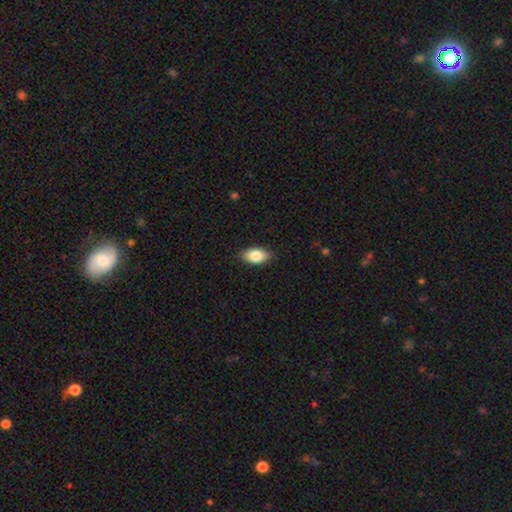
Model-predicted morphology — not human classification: This appears to be a smooth galaxy with no disk features (86%) that is in between round and cigar-shaped (93%). Merging: none (88%).